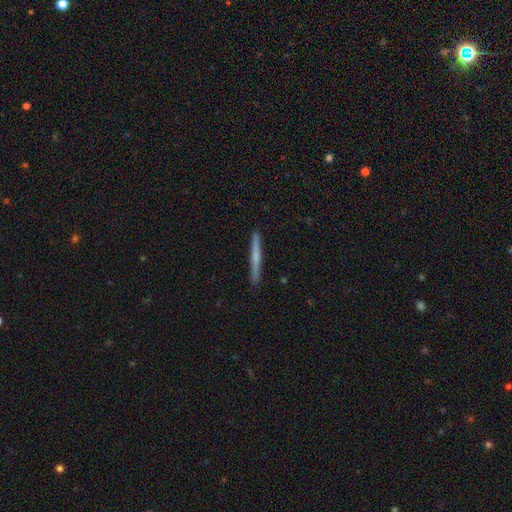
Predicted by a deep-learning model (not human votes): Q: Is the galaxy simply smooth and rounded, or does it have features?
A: smooth — 50%.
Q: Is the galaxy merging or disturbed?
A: none — 92%.